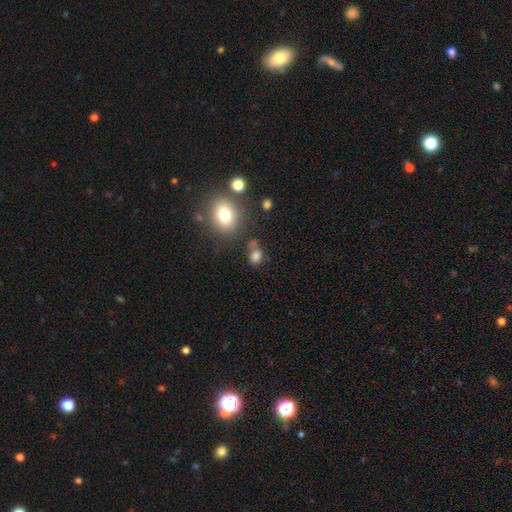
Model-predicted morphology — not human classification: A smooth galaxy with no disk features (77%) that is in between round and cigar-shaped (60%). Merging: none (56%).